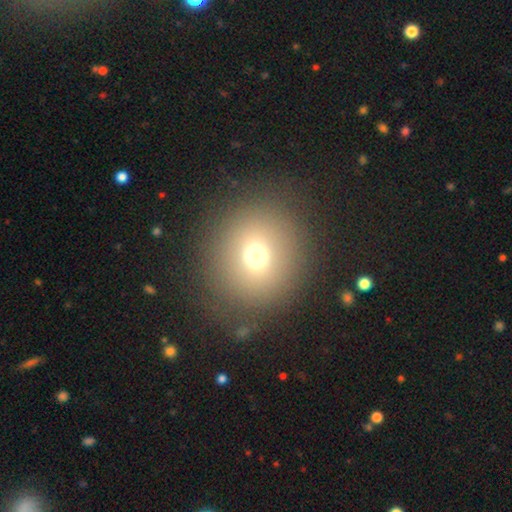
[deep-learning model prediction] The model was most divided on "smooth or featured": smooth: 69%, star or artifact: 21%, featured or disk: 10%. More confident: how rounded — round (86%); merging — none (86%).